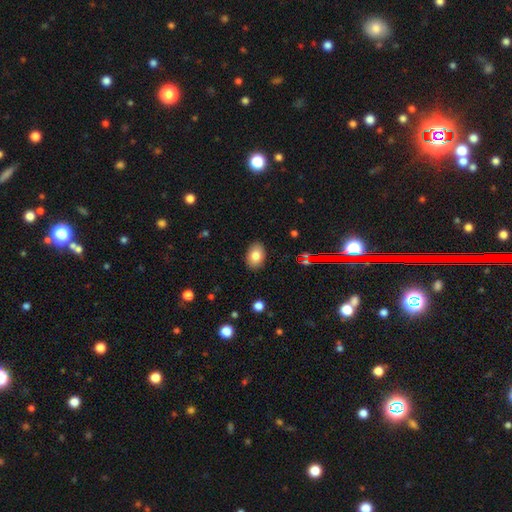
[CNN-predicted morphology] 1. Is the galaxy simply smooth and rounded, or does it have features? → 81% smooth, 10% star or artifact, 9% featured or disk.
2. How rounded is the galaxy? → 86% in between, 13% round, 1% cigar-shaped.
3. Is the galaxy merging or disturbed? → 88% none, 9% minor disturbance, 2% major disturbance, 1% merger.